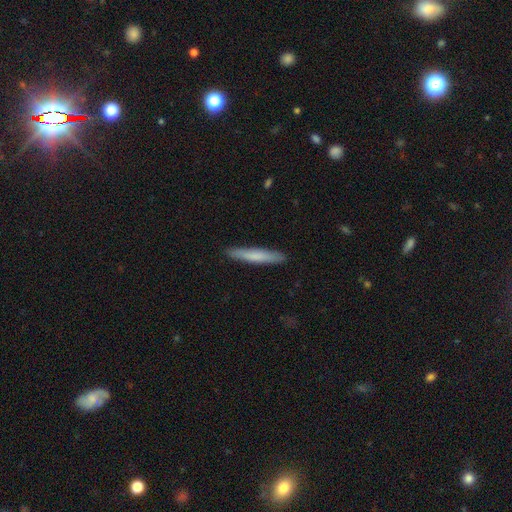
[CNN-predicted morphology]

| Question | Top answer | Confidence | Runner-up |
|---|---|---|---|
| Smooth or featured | smooth | 72% | featured or disk (22%) |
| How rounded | cigar-shaped | 94% | in between (5%) |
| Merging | none | 90% | minor disturbance (7%) |